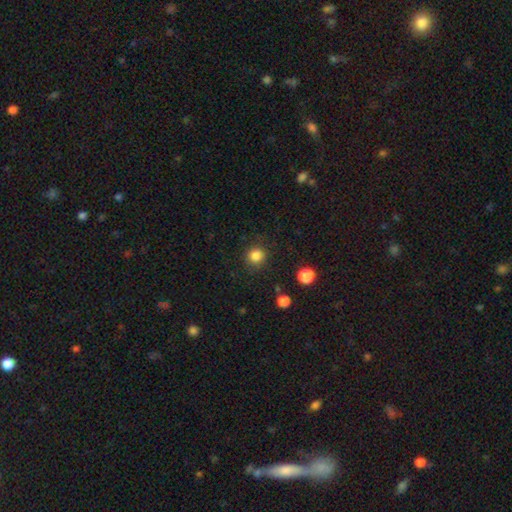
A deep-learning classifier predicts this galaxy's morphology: Smooth or featured? Predicted: smooth (p=0.84). How rounded? Predicted: round (p=0.92). Merging? Predicted: none (p=0.88).